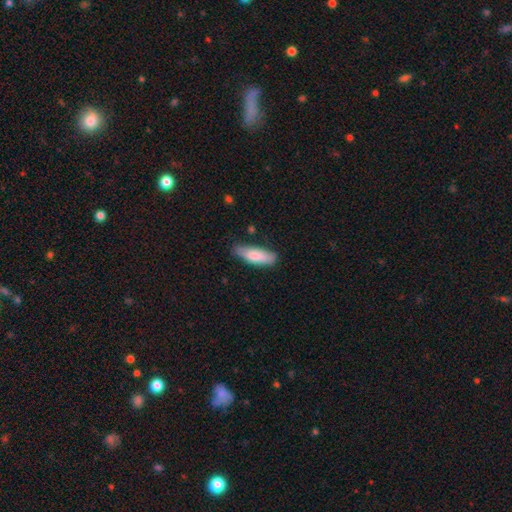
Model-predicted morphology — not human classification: This appears to be a smooth galaxy with no disk features (80%) that is in between round and cigar-shaped (53%). Merging: none (76%).